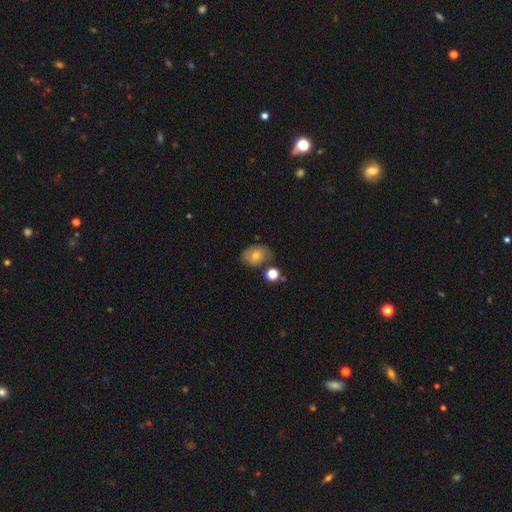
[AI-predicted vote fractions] smooth_or_featured: smooth (p=0.62) [alt: featured or disk p=0.25]
how_rounded: in between (p=0.64) [alt: round p=0.35]
merging: none (p=0.67) [alt: minor disturbance p=0.19]